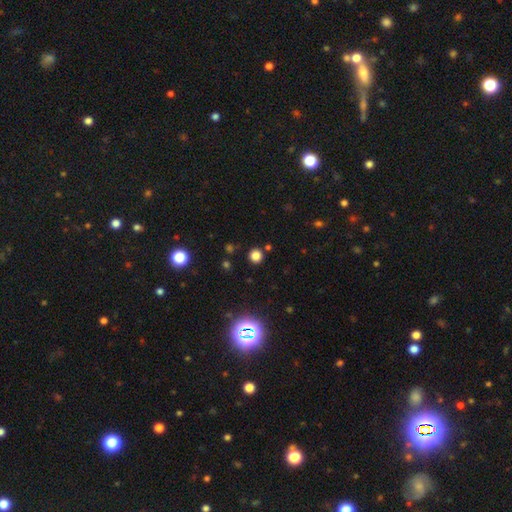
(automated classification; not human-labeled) smooth_or_featured: smooth (p=0.78) [alt: star or artifact p=0.18]
how_rounded: round (p=0.93) [alt: in between p=0.06]
merging: none (p=0.88) [alt: minor disturbance p=0.06]